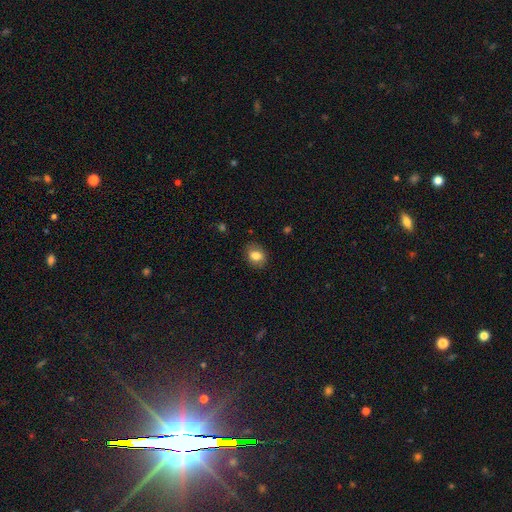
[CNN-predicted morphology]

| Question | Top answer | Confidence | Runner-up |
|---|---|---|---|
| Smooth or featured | smooth | 82% | star or artifact (9%) |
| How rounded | in between | 65% | round (34%) |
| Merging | none | 82% | minor disturbance (14%) |